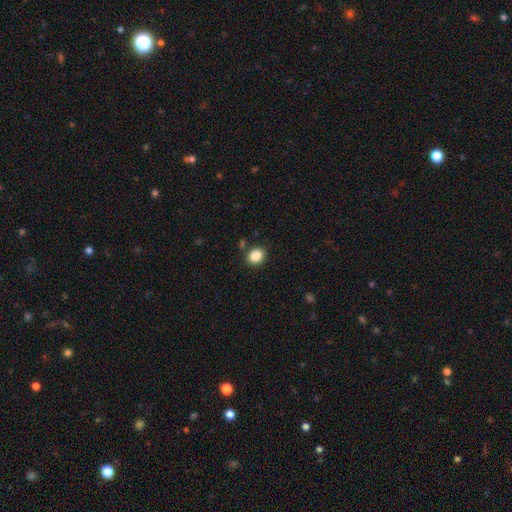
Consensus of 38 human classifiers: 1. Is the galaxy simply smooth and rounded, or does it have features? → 92% smooth, 5% star or artifact, 3% featured or disk.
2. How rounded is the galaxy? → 51% round, 49% in between, 0% cigar-shaped.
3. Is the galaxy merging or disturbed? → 86% none, 6% minor disturbance, 6% merger, 3% major disturbance.